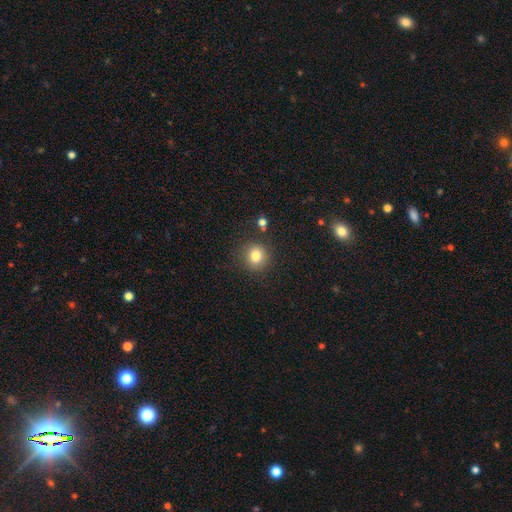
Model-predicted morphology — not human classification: This appears to be a smooth galaxy with no disk features (81%) that is round (91%). Merging: none (85%).